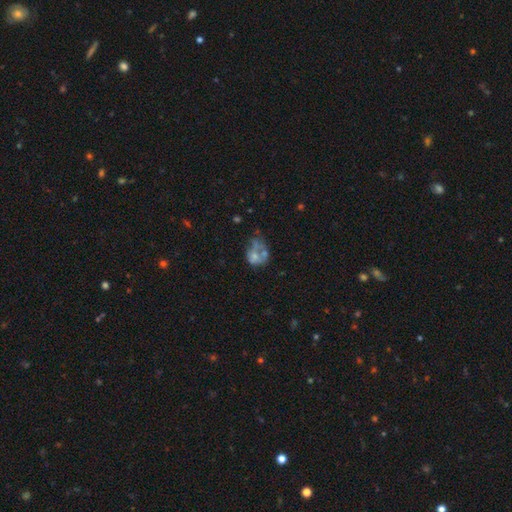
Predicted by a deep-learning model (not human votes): Smooth or featured? smooth (46%)
Merging? merger (31%)